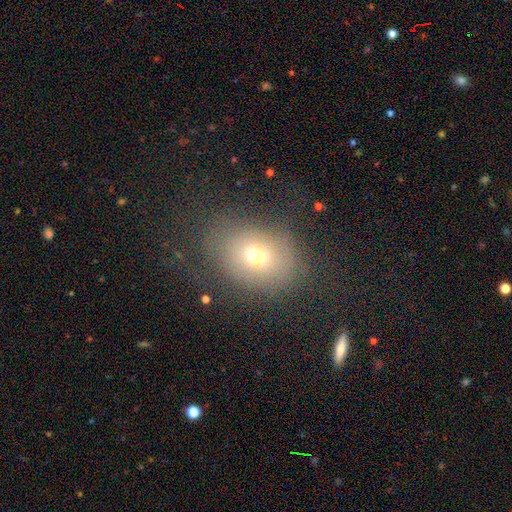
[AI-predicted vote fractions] Smooth or featured?
  - smooth: 65% *
  - featured or disk: 19%
  - star or artifact: 15%
How rounded?
  - in between: 62% *
  - round: 37%
  - cigar-shaped: 1%
Merging?
  - none: 68% *
  - minor disturbance: 16%
  - major disturbance: 13%
  - merger: 2%